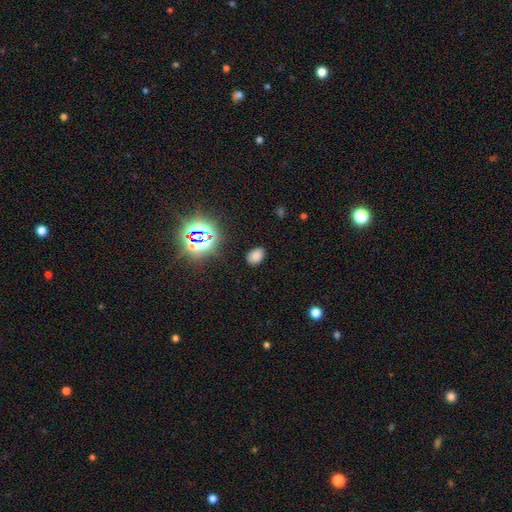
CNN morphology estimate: Smooth or featured: smooth — 71% (star or artifact — 22%)
How rounded: in between — 79% (round — 19%)
Merging: none — 84% (minor disturbance — 11%)